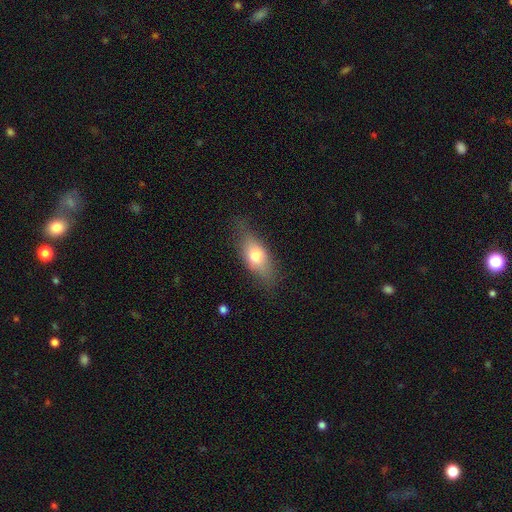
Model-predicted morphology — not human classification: Overall: smooth (70%). How rounded: in between (77%). Merging: none (71%).